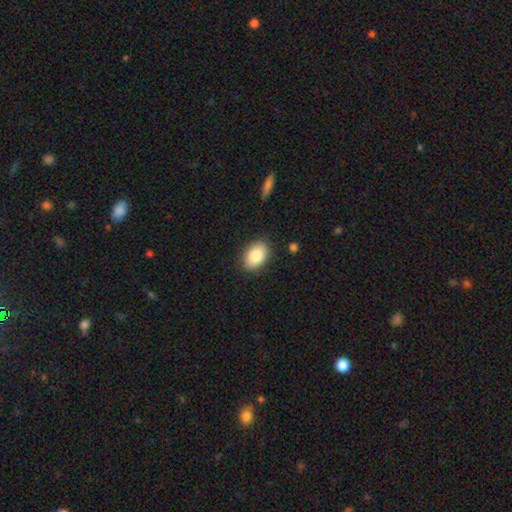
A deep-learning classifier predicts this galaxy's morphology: This appears to be a smooth galaxy with no disk features (84%) that is in between round and cigar-shaped (86%). Merging: none (86%).